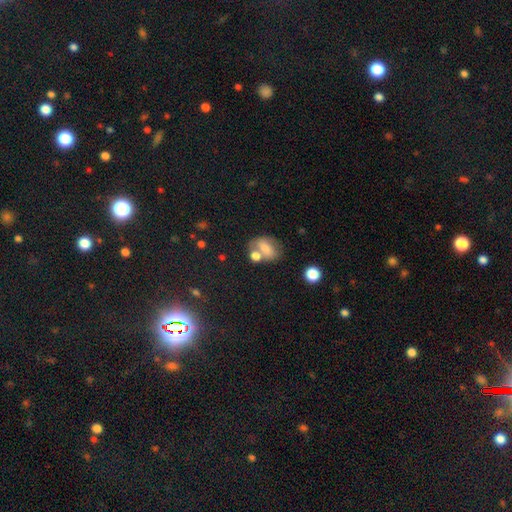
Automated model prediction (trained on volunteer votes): Smooth or featured? Predicted: smooth (p=0.67). How rounded? Predicted: in between (p=0.67). Merging? Predicted: none (p=0.42).